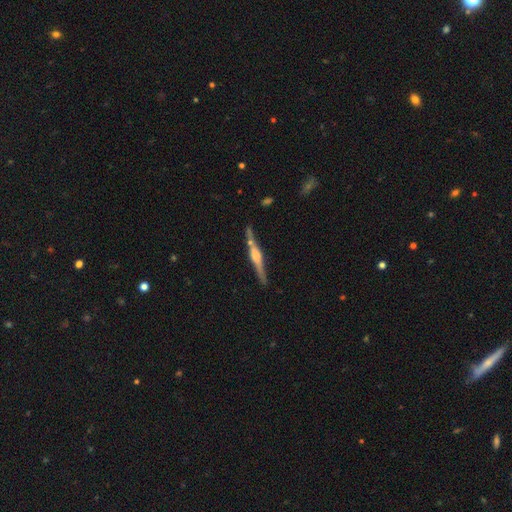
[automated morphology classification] Smooth or featured? featured or disk (75%)
Edge-on disk? yes (97%)
Edge-on bulge? rounded (60%)
Merging? none (80%)